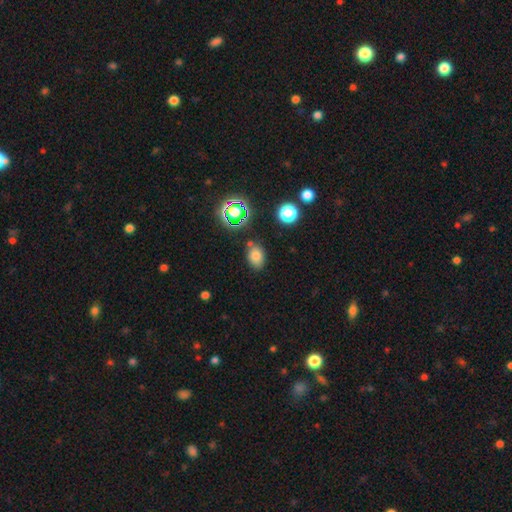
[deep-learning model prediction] Smooth or featured?
  - smooth: 73% *
  - star or artifact: 18%
  - featured or disk: 9%
How rounded?
  - in between: 75% *
  - round: 24%
  - cigar-shaped: 1%
Merging?
  - none: 76% *
  - minor disturbance: 14%
  - merger: 6%
  - major disturbance: 4%